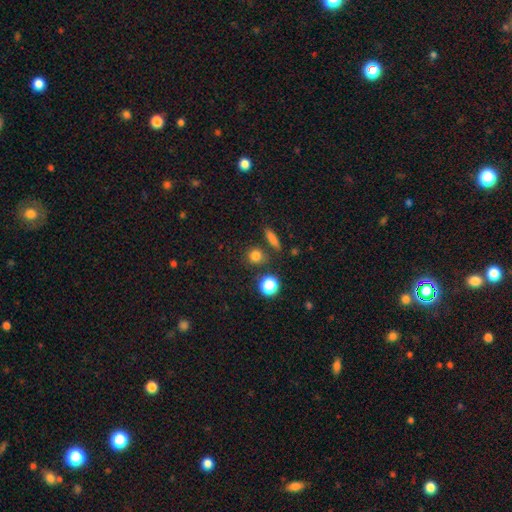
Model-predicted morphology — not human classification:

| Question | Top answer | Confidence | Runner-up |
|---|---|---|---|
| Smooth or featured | smooth | 79% | star or artifact (15%) |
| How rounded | round | 83% | in between (14%) |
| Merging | none | 77% | minor disturbance (10%) |